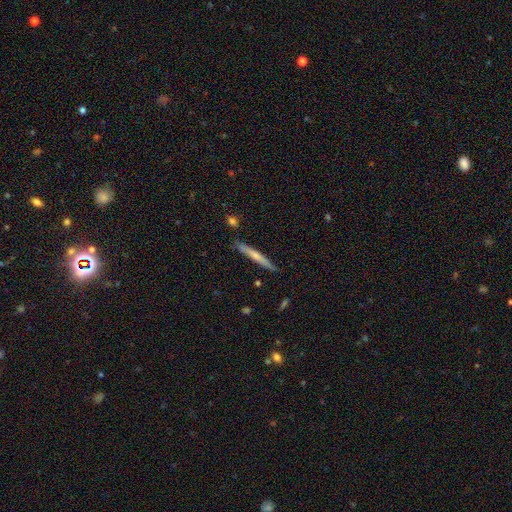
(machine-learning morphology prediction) Overall: smooth (54%; featured or disk 41%). How rounded: cigar-shaped (96%). Merging: none (85%).